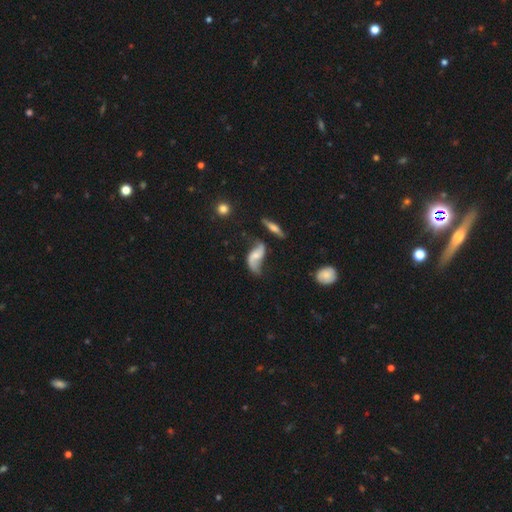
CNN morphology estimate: This is likely a featured or disk galaxy (78%). It is clearly not viewed edge-on (94%). Bar: possibly no (52%). Spiral arm pattern: clearly yes (92%). Spiral arm count: clearly 2 (89%). Spiral winding: clearly loose (85%). Central bulge: marginally small (44%). Merging: possibly none (51%).